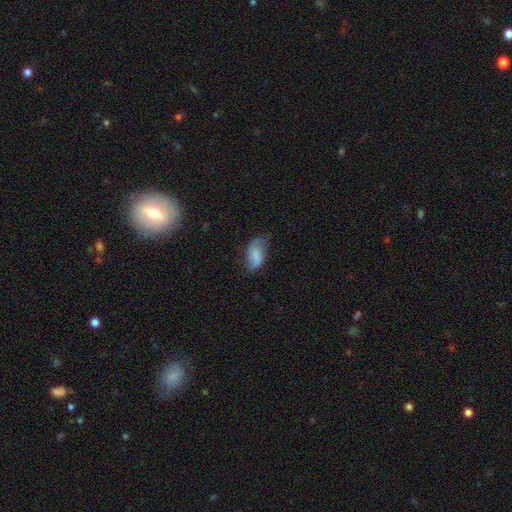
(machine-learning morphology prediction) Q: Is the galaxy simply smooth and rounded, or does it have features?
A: smooth — 57%.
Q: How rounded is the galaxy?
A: in between — 93%.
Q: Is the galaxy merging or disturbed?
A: none — 54%.